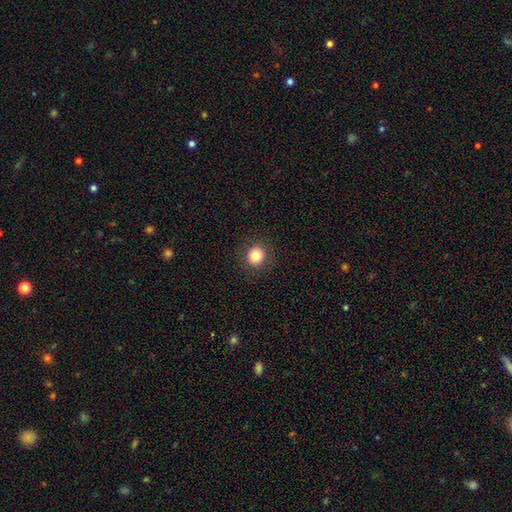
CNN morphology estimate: Smooth or featured: smooth — 83% (star or artifact — 11%)
How rounded: round — 89% (in between — 10%)
Merging: none — 91% (minor disturbance — 6%)